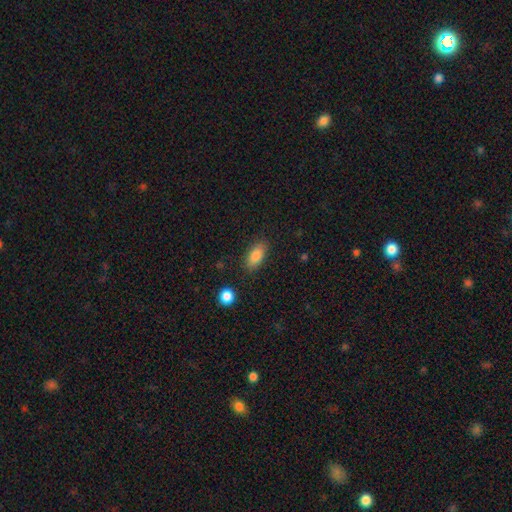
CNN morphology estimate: A smooth galaxy with no disk features (85%) that is in between round and cigar-shaped (88%). Merging: none (85%).